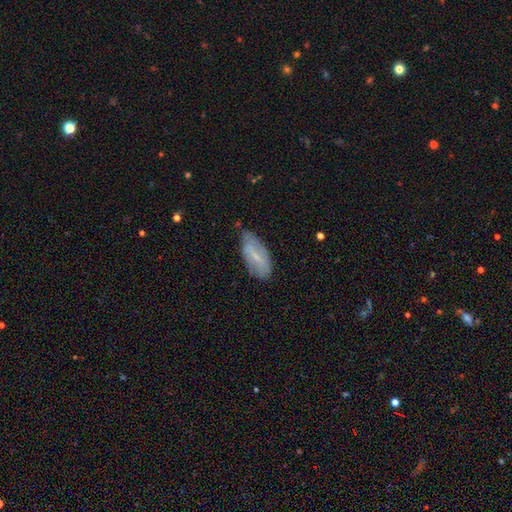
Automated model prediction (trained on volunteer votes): Morphology: type=featured or disk (47%); merging=none (61%).